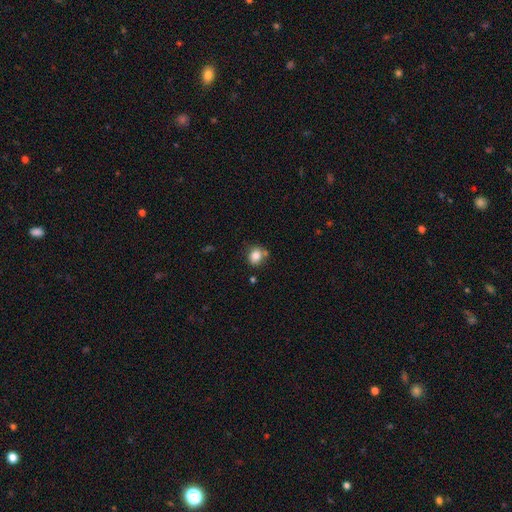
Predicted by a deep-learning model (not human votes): Q: Smooth or featured?
A: smooth (82%); runner-up: star or artifact (10%)
Q: How rounded?
A: round (66%); runner-up: in between (33%)
Q: Merging?
A: none (68%); runner-up: minor disturbance (17%)